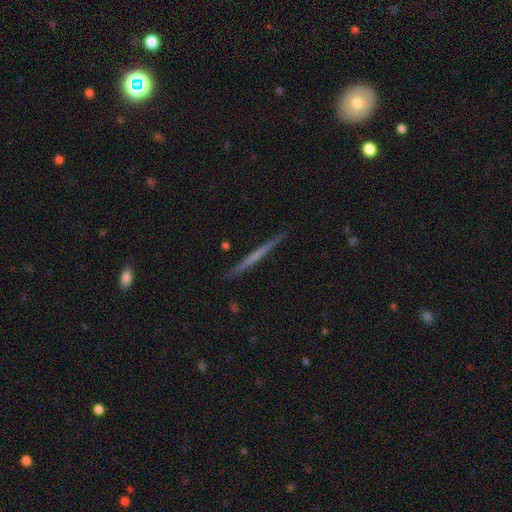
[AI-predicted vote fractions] Q: Smooth or featured?
A: featured or disk (55%); runner-up: smooth (40%)
Q: Edge-on disk?
A: yes (98%); runner-up: no (2%)
Q: Edge-on bulge?
A: none (89%); runner-up: rounded (7%)
Q: Merging?
A: none (91%); runner-up: minor disturbance (6%)